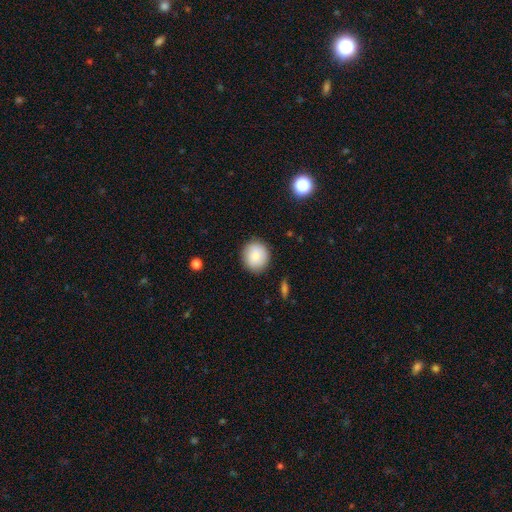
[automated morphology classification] This is clearly a smooth galaxy (81%). How rounded: clearly round (83%). Merging: clearly none (87%).